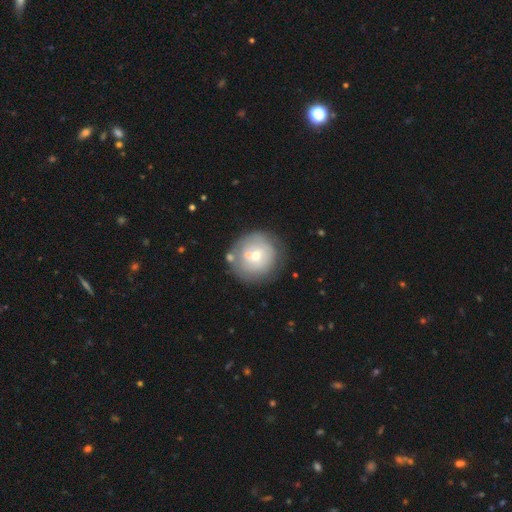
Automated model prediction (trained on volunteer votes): Morphology: type=smooth (52%); roundness=round (93%); merging=none (64%).